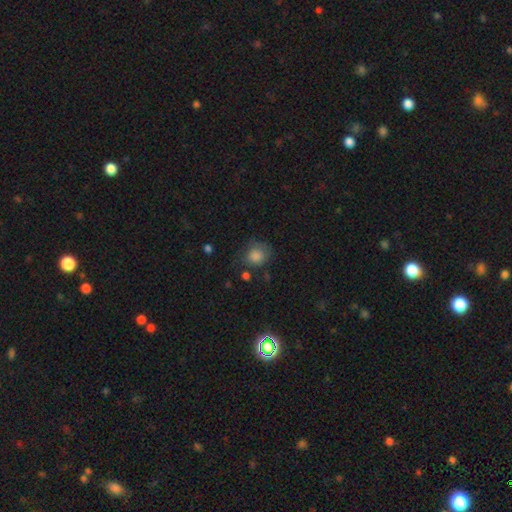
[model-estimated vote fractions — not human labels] Smooth or featured? Predicted: smooth (p=0.78). How rounded? Predicted: round (p=0.74). Merging? Predicted: none (p=0.62).